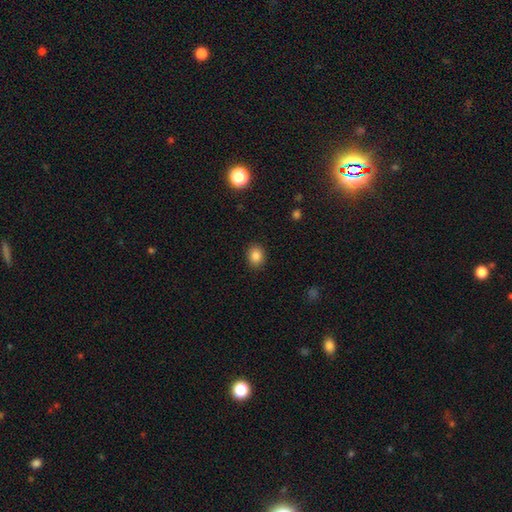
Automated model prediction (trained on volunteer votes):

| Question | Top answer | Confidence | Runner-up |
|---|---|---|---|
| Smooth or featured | smooth | 86% | star or artifact (10%) |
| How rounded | round | 56% | in between (43%) |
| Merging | none | 89% | minor disturbance (8%) |